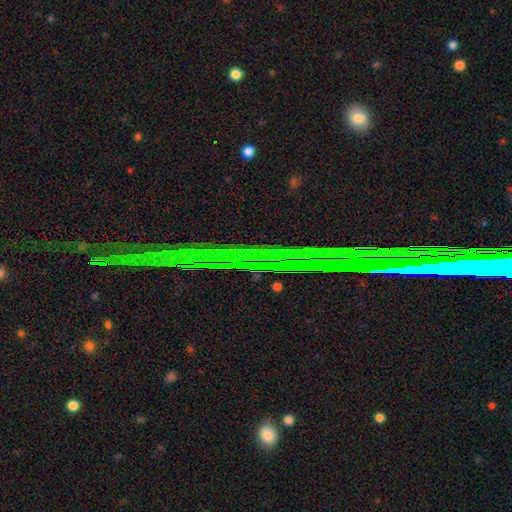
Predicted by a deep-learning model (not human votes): smooth_or_featured: star or artifact (p=0.79) [alt: featured or disk p=0.13]